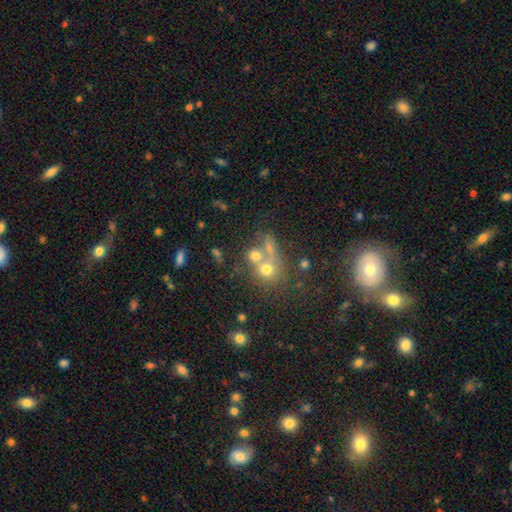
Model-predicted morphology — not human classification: Smooth or featured?
  - smooth: 61% *
  - featured or disk: 21%
  - star or artifact: 18%
How rounded?
  - round: 73% *
  - in between: 26%
  - cigar-shaped: 2%
Merging?
  - merger: 51% *
  - none: 34%
  - minor disturbance: 8%
  - major disturbance: 7%